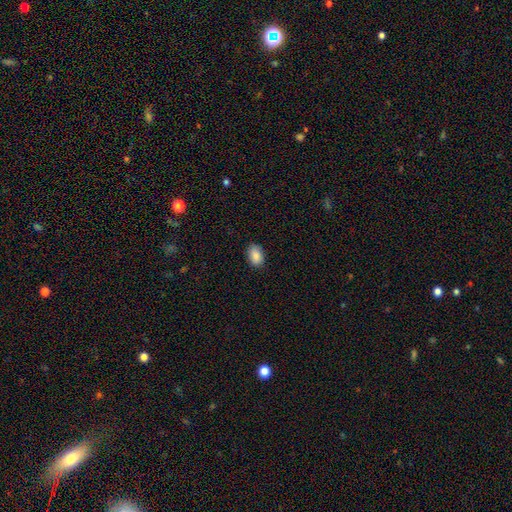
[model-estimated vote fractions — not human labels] A smooth galaxy with no disk features (88%) that is in between round and cigar-shaped (87%). Merging: none (86%).